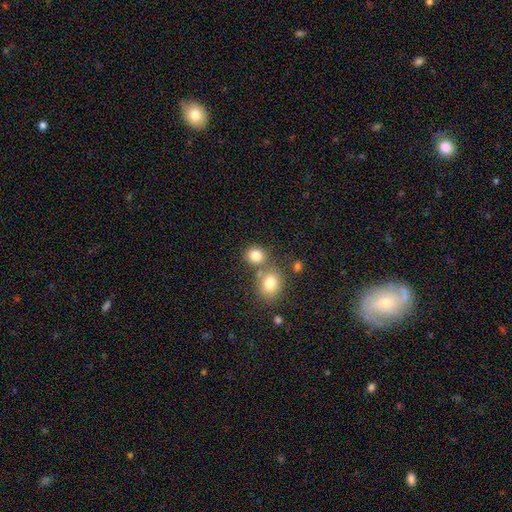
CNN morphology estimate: Smooth or featured: smooth — 81% (star or artifact — 11%)
How rounded: round — 77% (in between — 22%)
Merging: none — 60% (merger — 28%)